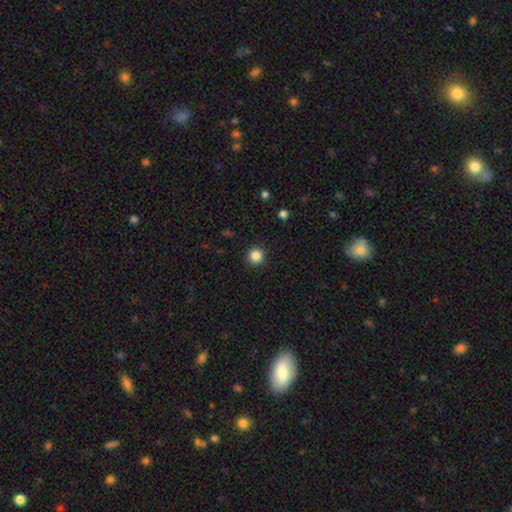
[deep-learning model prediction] A smooth galaxy with no disk features (85%) that is round (95%). Merging: none (92%).